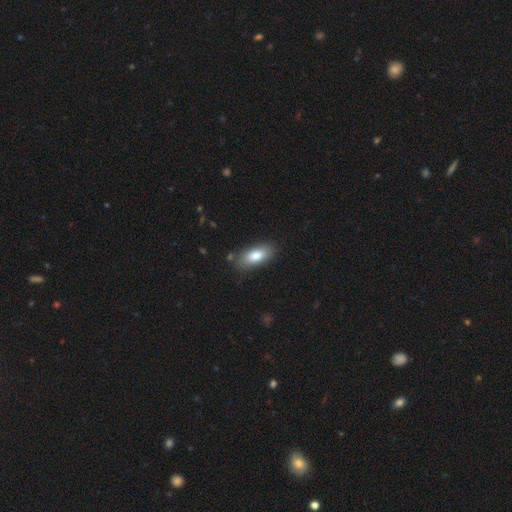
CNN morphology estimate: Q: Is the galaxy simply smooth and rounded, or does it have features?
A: smooth — 82%.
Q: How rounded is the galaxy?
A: in between — 83%.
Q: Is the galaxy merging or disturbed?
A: none — 83%.